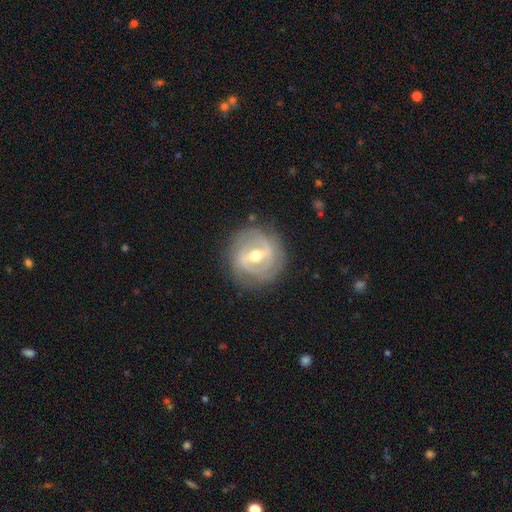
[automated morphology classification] smooth_or_featured: featured or disk (p=0.83) [alt: smooth p=0.12]
disk_edge_on: no (p=0.96) [alt: yes p=0.04]
bar: strong (p=0.48) [alt: weak p=0.40]
has_spiral_arms: yes (p=0.85) [alt: no p=0.15]
spiral_winding: tight (p=0.61) [alt: medium p=0.29]
spiral_arm_count: 2 (p=0.55) [alt: can't tell p=0.23]
bulge_size: moderate (p=0.76) [alt: small p=0.16]
merging: none (p=0.81) [alt: minor disturbance p=0.13]